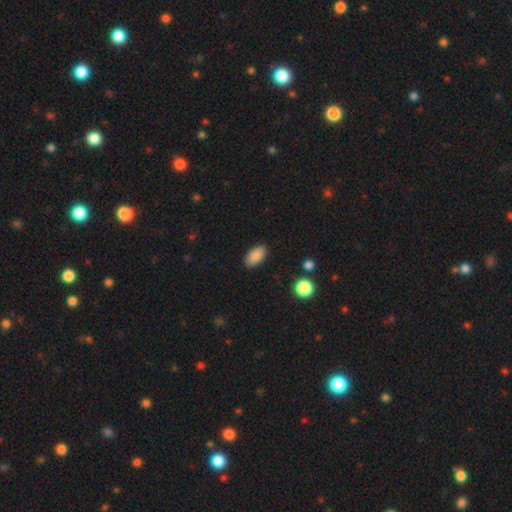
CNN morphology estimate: The model was most divided on "merging": none: 88%, minor disturbance: 9%, major disturbance: 2%, merger: 1%. More confident: how rounded — in between (93%); smooth or featured — smooth (87%).